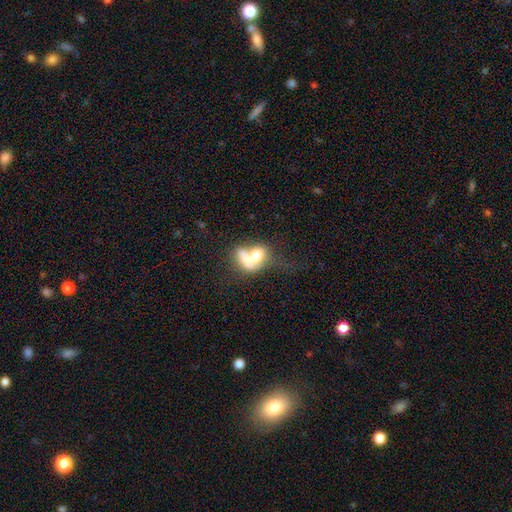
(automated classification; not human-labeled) Smooth or featured? Predicted: smooth (p=0.59). How rounded? Predicted: in between (p=0.63). Merging? Predicted: merger (p=0.67).